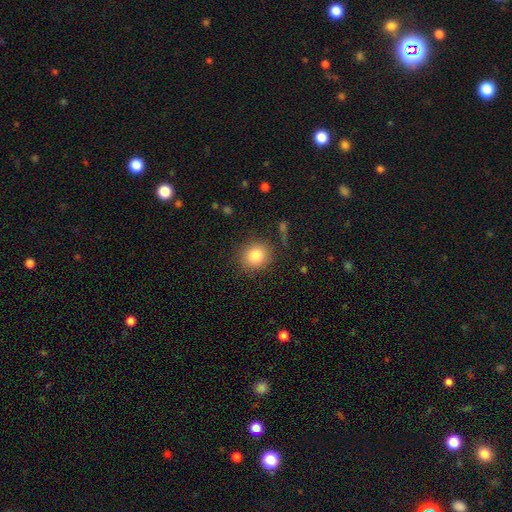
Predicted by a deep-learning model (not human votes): This is clearly a smooth galaxy (83%). How rounded: clearly round (81%). Merging: clearly none (84%).